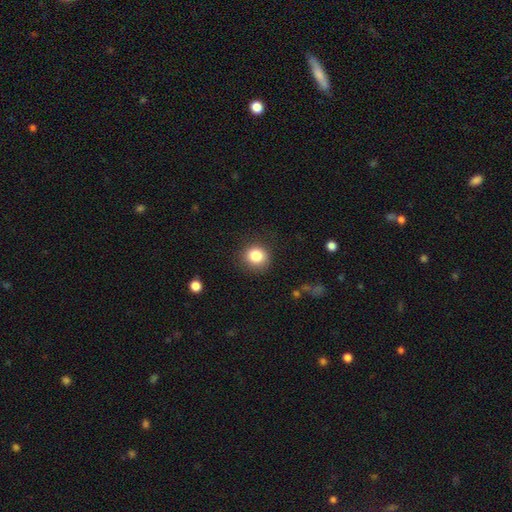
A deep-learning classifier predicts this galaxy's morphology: type=smooth (84%); roundness=round (87%); merging=none (86%).